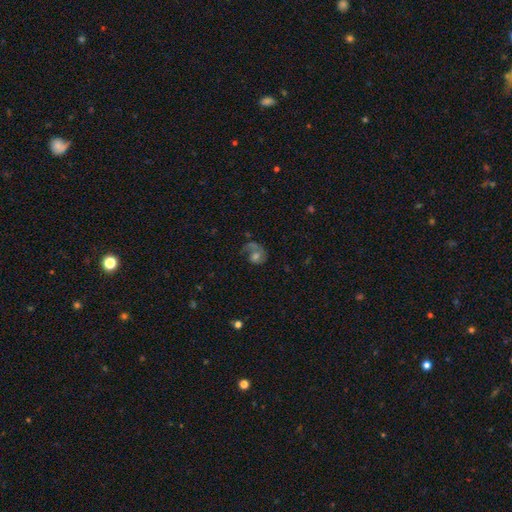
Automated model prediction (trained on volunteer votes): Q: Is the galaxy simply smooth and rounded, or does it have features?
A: featured or disk — 57%.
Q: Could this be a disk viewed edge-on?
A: no — 97%.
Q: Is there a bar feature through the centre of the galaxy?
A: no — 79%.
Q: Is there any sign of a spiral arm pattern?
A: yes — 80%.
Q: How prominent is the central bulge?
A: moderate — 45%.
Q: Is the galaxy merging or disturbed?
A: none — 40%.